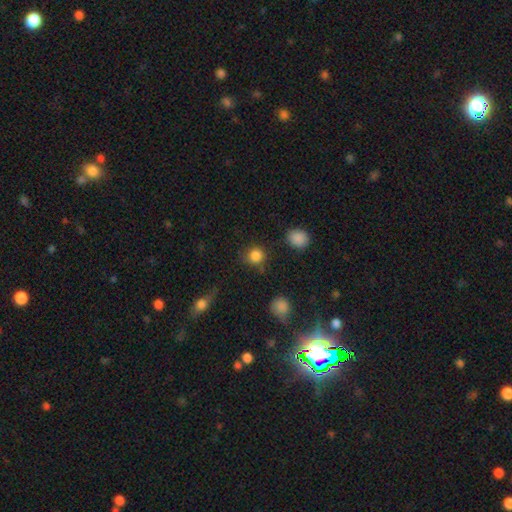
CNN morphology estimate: Smooth or featured? Predicted: smooth (p=0.84). How rounded? Predicted: round (p=0.89). Merging? Predicted: none (p=0.78).